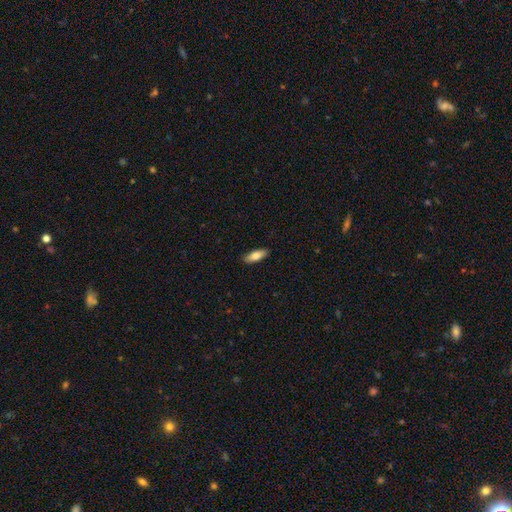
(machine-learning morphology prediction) This is likely a smooth galaxy (78%). How rounded: likely in between (69%). Merging: clearly none (89%).